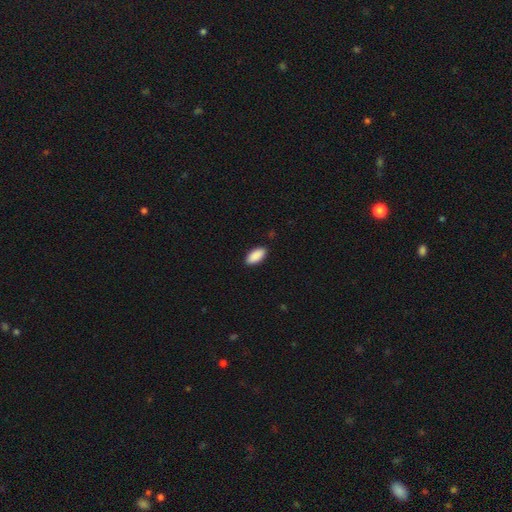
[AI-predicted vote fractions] This is clearly a smooth galaxy (91%). How rounded: clearly in between (93%). Merging: clearly none (89%).